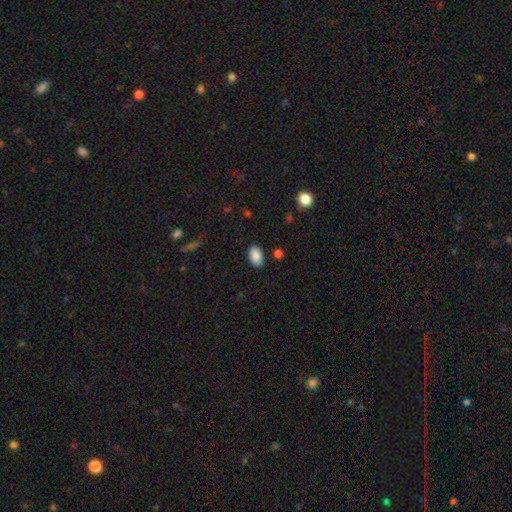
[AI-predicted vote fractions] A smooth galaxy with no disk features (88%) that is in between round and cigar-shaped (91%).

Vote fractions:
- Smooth or featured? smooth: 88% / star or artifact: 8% / featured or disk: 4%
- How rounded? in between: 91% / round: 8% / cigar-shaped: 1%
- Merging? none: 86% / minor disturbance: 10% / major disturbance: 3% / merger: 2%